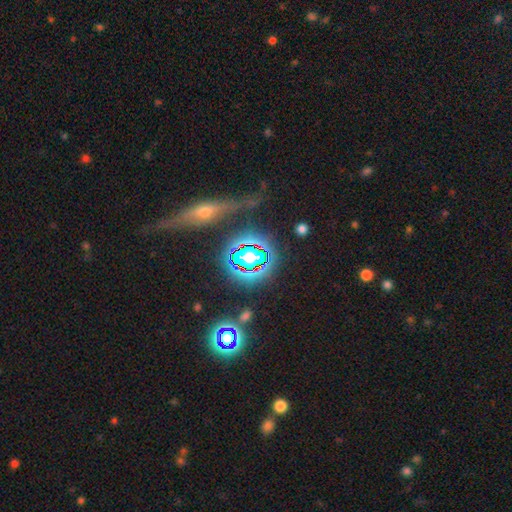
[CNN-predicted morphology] smooth-or-featured: star or artifact: 53% | featured or disk: 33% | smooth: 14%